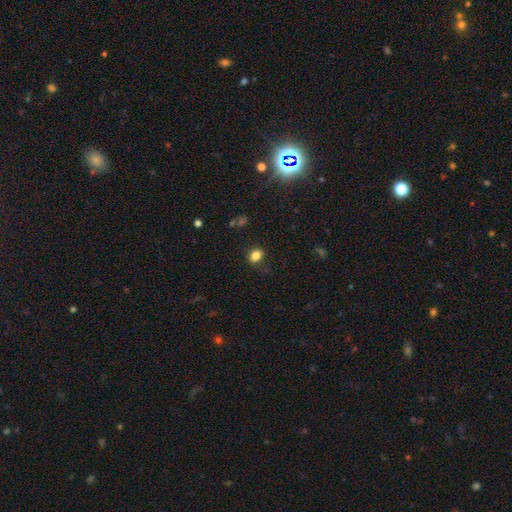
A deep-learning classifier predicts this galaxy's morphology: Smooth or featured? Predicted: smooth (p=0.83). How rounded? Predicted: in between (p=0.51). Merging? Predicted: none (p=0.85).